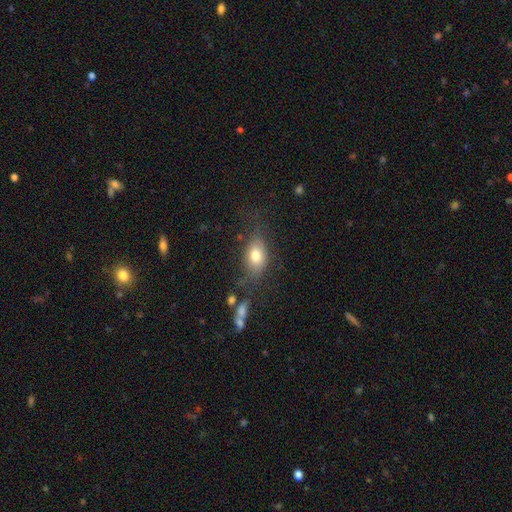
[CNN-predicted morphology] smooth_or_featured: smooth (p=0.76) [alt: featured or disk p=0.15]
how_rounded: in between (p=0.81) [alt: round p=0.17]
merging: none (p=0.60) [alt: minor disturbance p=0.22]